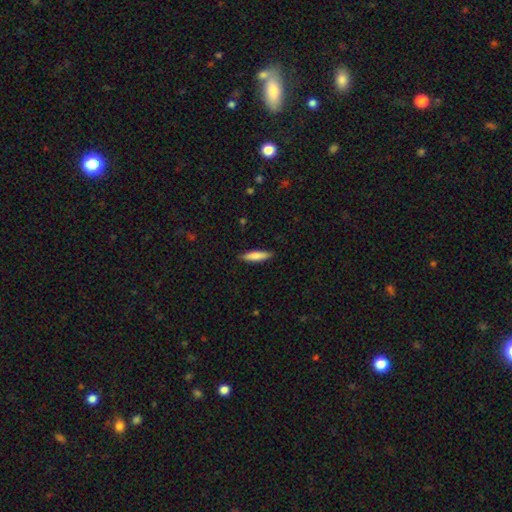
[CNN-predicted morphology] smooth-or-featured: smooth: 77% | featured or disk: 18% | star or artifact: 6%
  how-rounded: cigar-shaped: 74% | in between: 25% | round: 2%
  merging: none: 88% | minor disturbance: 9% | major disturbance: 2% | merger: 1%